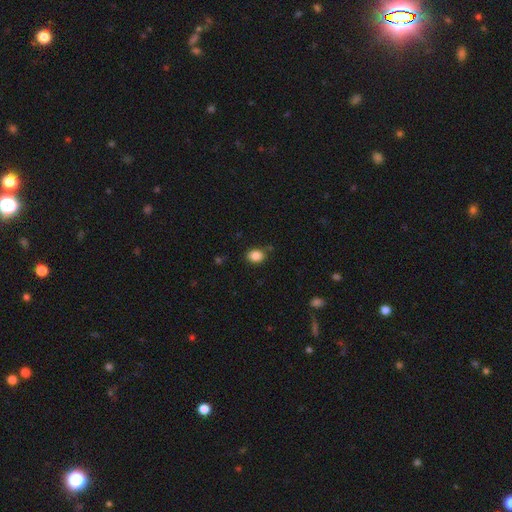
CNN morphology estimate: Smooth or featured?
  - smooth: 87% *
  - star or artifact: 10%
  - featured or disk: 4%
How rounded?
  - in between: 60% *
  - round: 39%
  - cigar-shaped: 1%
Merging?
  - none: 82% *
  - minor disturbance: 12%
  - major disturbance: 3%
  - merger: 3%